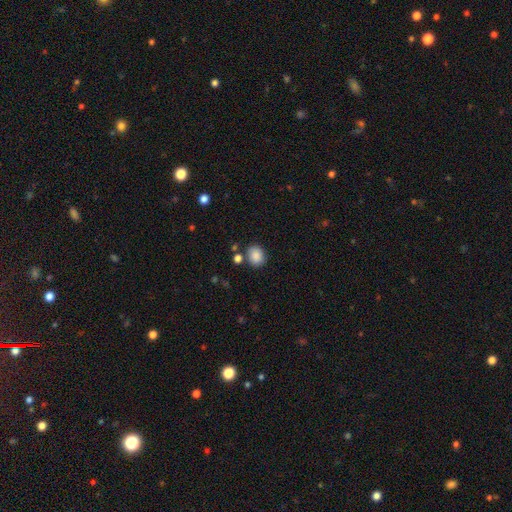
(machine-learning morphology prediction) type=smooth (87%); roundness=round (57%); merging=none (76%).